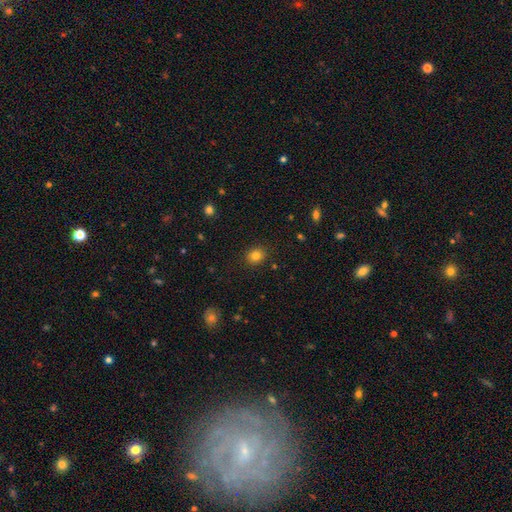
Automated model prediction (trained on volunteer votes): smooth_or_featured: smooth (p=0.81) [alt: star or artifact p=0.12]
how_rounded: round (p=0.75) [alt: in between p=0.24]
merging: none (p=0.89) [alt: minor disturbance p=0.07]